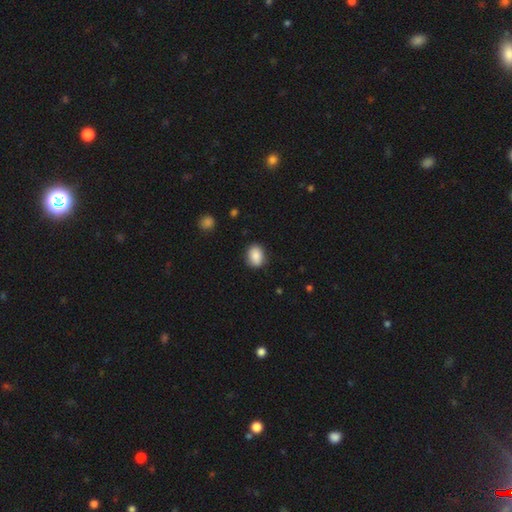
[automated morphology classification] This is clearly a smooth galaxy (87%). How rounded: likely in between (65%). Merging: clearly none (87%).